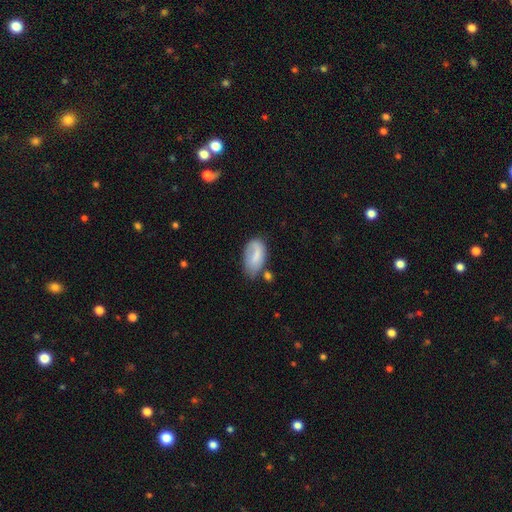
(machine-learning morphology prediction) This appears to be a smooth galaxy with no disk features (72%) that is in between round and cigar-shaped (93%). Merging: none (47%).